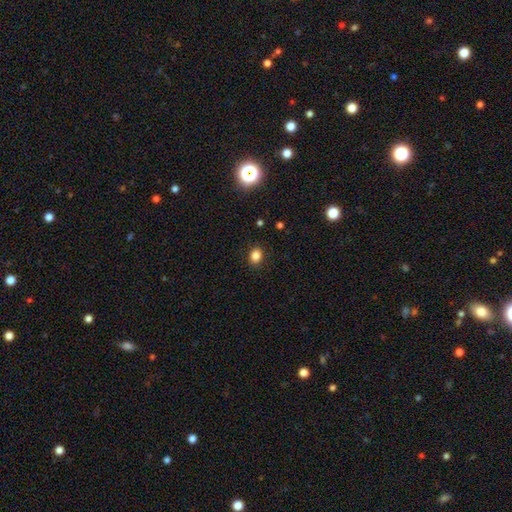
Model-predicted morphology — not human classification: smooth 84%, star or artifact 12%, featured or disk 5%. Down the decision tree: how rounded — in between (54%); merging — none (88%).